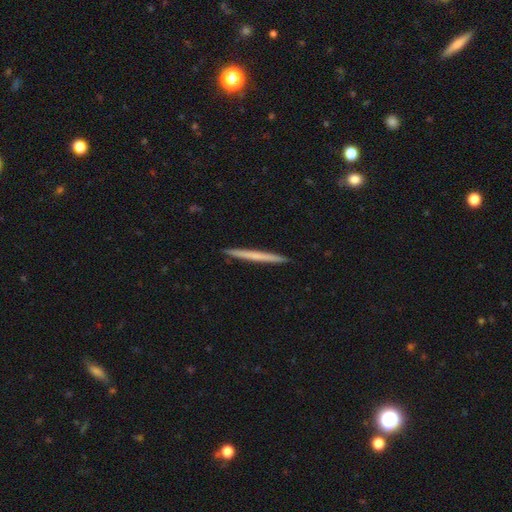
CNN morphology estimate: Smooth or featured? smooth (51%)
How rounded? cigar-shaped (97%)
Merging? none (93%)